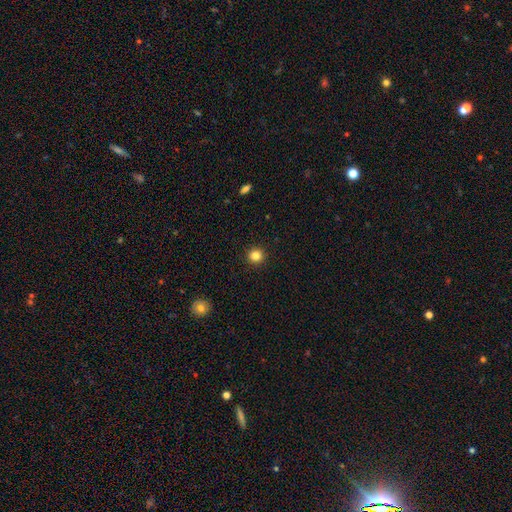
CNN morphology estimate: Smooth or featured? smooth (83%)
How rounded? round (94%)
Merging? none (93%)